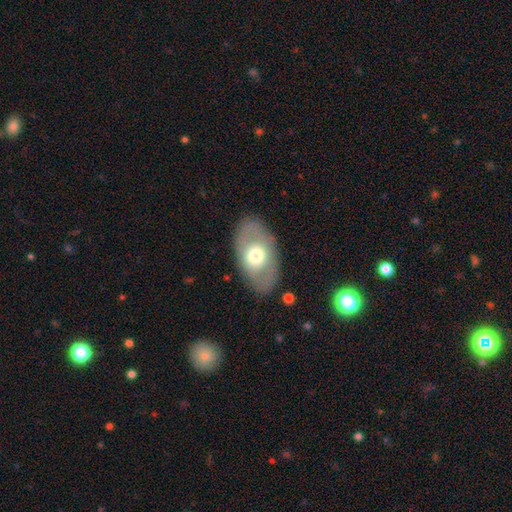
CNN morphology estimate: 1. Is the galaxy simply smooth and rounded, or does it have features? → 53% smooth, 41% featured or disk, 6% star or artifact.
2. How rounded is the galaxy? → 89% in between, 9% round, 2% cigar-shaped.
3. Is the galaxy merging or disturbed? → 83% none, 11% minor disturbance, 4% major disturbance, 1% merger.